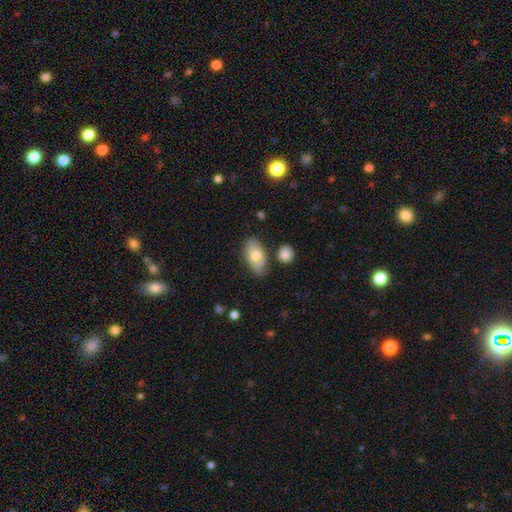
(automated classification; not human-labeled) smooth 59%, featured or disk 35%, star or artifact 6%. Down the decision tree: how rounded — in between (92%); merging — none (65%).